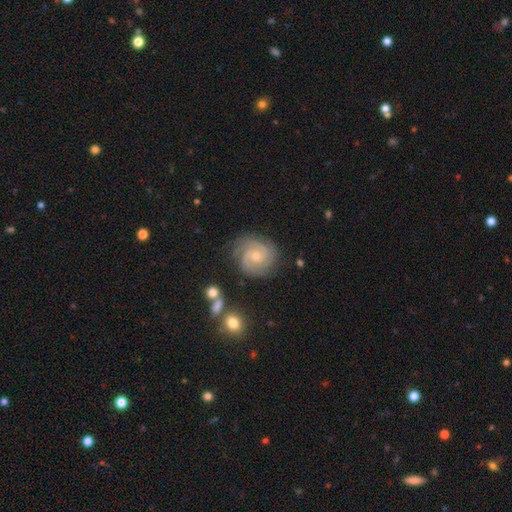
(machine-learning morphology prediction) A featured or disk galaxy (87%) with no bar (67%), 2 (39%) tight (68%) spiral arms (98%) and a small central bulge (62%).

Vote fractions:
- Smooth or featured? featured or disk: 87% / smooth: 7% / star or artifact: 5%
- Edge-on disk? no: 98% / yes: 2%
- Bar? no: 67% / weak: 28% / strong: 5%
- Spiral arms? yes: 98% / no: 2%
- Spiral winding? tight: 68% / medium: 28% / loose: 4%
- Spiral arm count? 2: 39% / 3: 34% / can't tell: 11% / 4: 7% / 1: 4% / more than 4: 4%
- Bulge size? small: 62% / moderate: 33% / none: 2% / large: 1% / dominant: 1%
- Merging? none: 77% / minor disturbance: 15% / major disturbance: 5% / merger: 2%